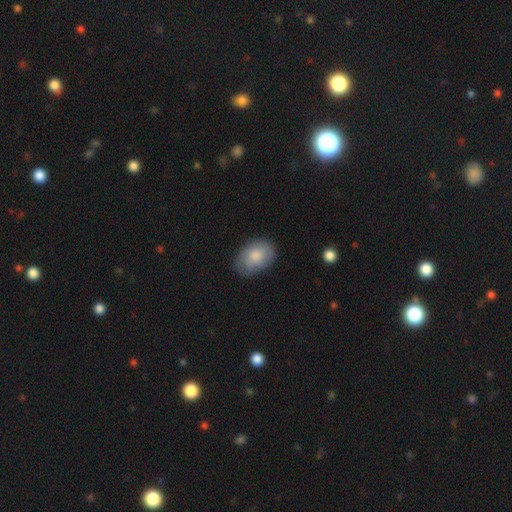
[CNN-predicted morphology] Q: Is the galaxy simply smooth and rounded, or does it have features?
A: smooth — 80%.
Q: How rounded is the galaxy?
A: in between — 82%.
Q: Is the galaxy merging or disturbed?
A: none — 77%.